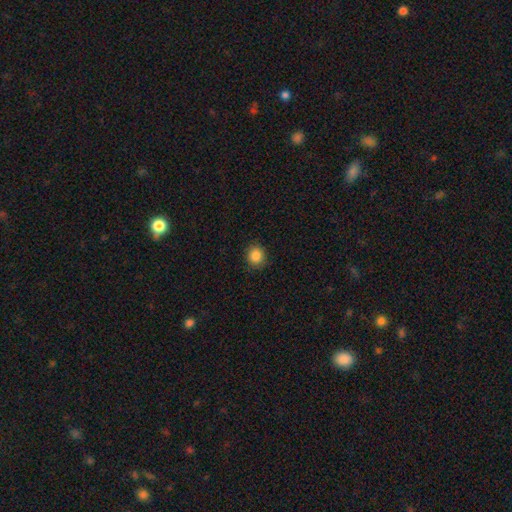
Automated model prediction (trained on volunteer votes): A smooth galaxy with no disk features (86%) that is round (83%).

Vote fractions:
- Smooth or featured? smooth: 86% / star or artifact: 10% / featured or disk: 4%
- How rounded? round: 83% / in between: 16% / cigar-shaped: 1%
- Merging? none: 89% / minor disturbance: 8% / major disturbance: 2% / merger: 1%